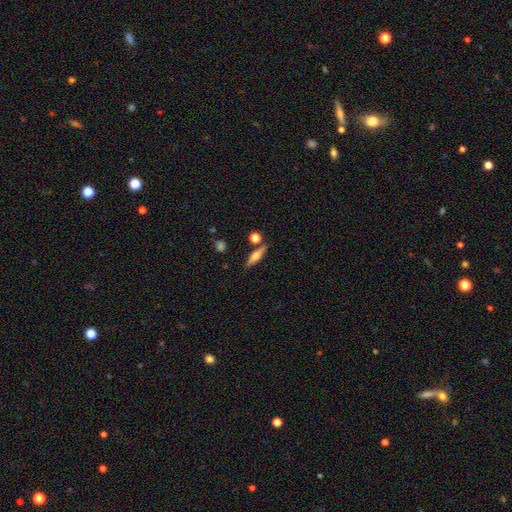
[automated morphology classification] smooth-or-featured: featured or disk: 51% | smooth: 41% | star or artifact: 8%
  disk-edge-on: yes: 93% | no: 7%
  merging: none: 79% | minor disturbance: 10% | merger: 8% | major disturbance: 3%